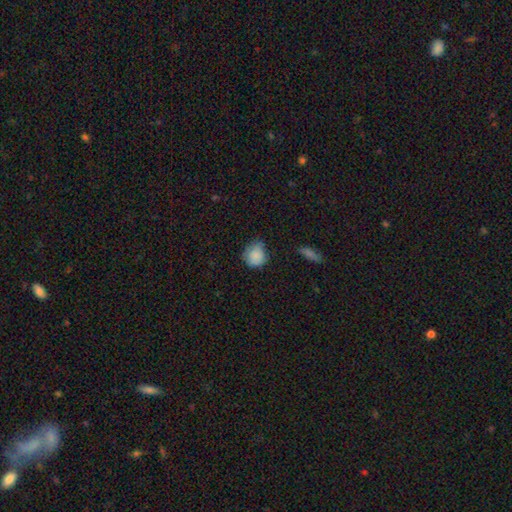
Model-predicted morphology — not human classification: Smooth or featured? smooth (84%)
How rounded? round (77%)
Merging? none (59%)